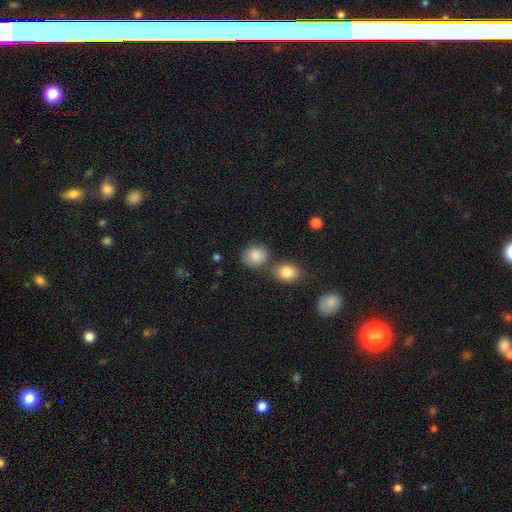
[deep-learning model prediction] A smooth galaxy with no disk features (84%) that is round (69%).

Vote fractions:
- Smooth or featured? smooth: 84% / star or artifact: 8% / featured or disk: 7%
- How rounded? round: 69% / in between: 29% / cigar-shaped: 1%
- Merging? none: 62% / merger: 19% / minor disturbance: 15% / major disturbance: 5%